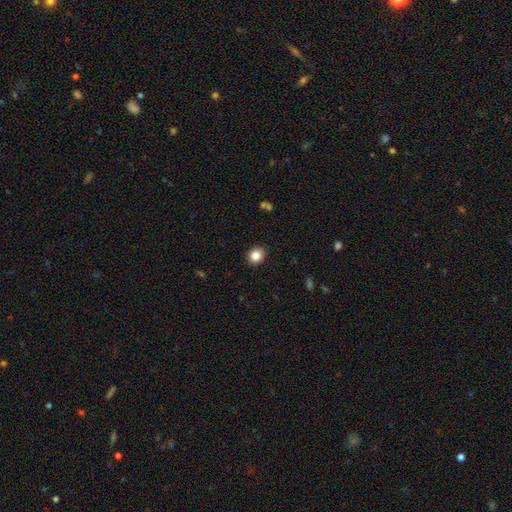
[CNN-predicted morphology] Smooth or featured? Predicted: smooth (p=0.85). How rounded? Predicted: round (p=0.65). Merging? Predicted: none (p=0.90).